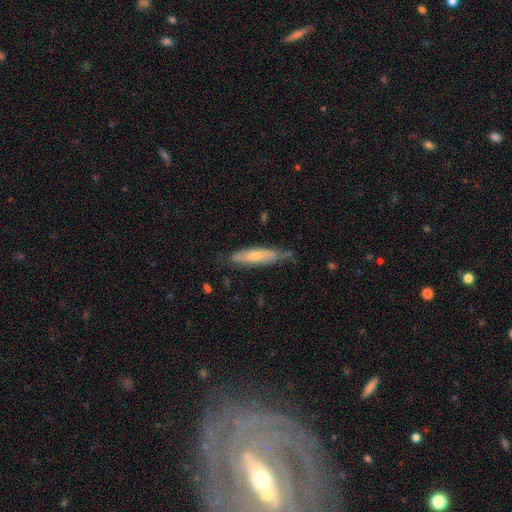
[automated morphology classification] This is possibly a featured or disk galaxy (47%, tied with smooth). Merging: possibly none (59%).